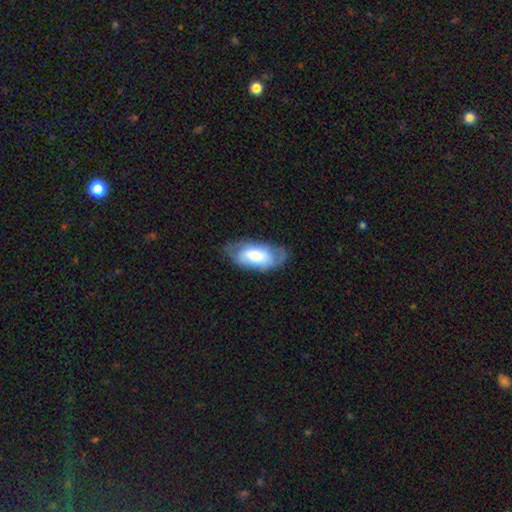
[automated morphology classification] Smooth or featured?
  - smooth: 60% *
  - featured or disk: 34%
  - star or artifact: 6%
How rounded?
  - in between: 91% *
  - cigar-shaped: 6%
  - round: 3%
Merging?
  - none: 60% *
  - minor disturbance: 28%
  - major disturbance: 10%
  - merger: 1%